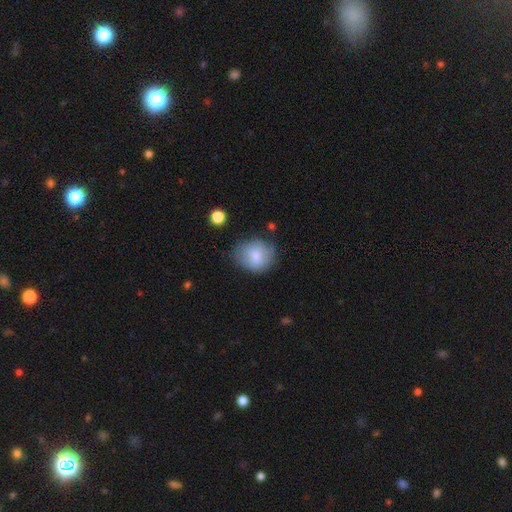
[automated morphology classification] Smooth or featured? Predicted: smooth (p=0.78). How rounded? Predicted: round (p=0.71). Merging? Predicted: none (p=0.66).